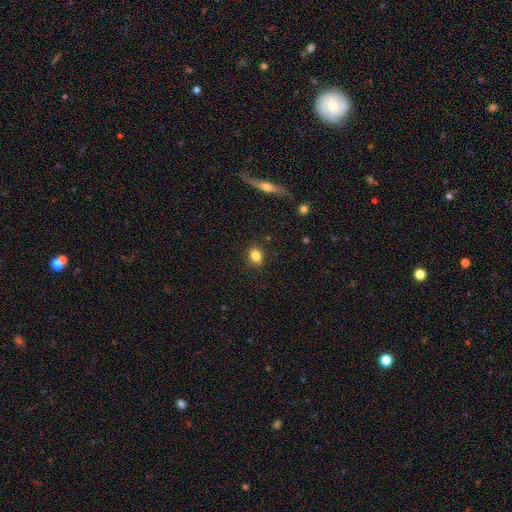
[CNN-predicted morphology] Smooth or featured: smooth — 84% (star or artifact — 10%)
How rounded: in between — 60% (round — 38%)
Merging: none — 88% (minor disturbance — 9%)